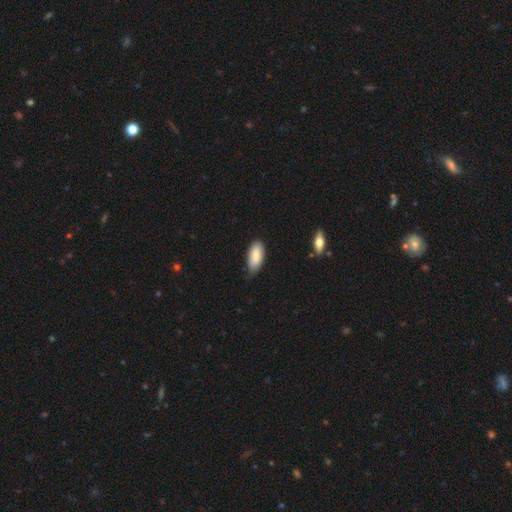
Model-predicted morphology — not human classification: This appears to be a smooth galaxy with no disk features (86%) that is in between round and cigar-shaped (89%). Merging: none (69%).